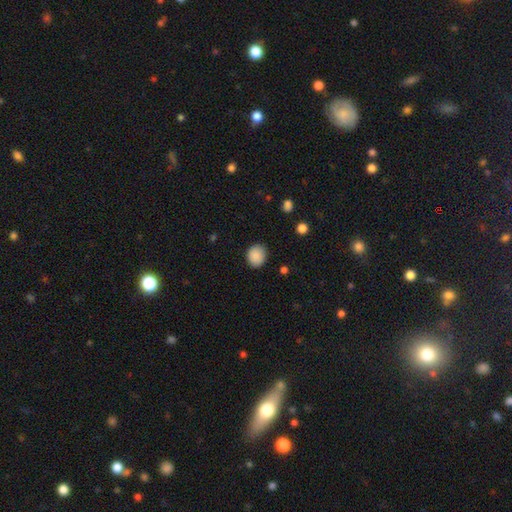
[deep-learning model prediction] A smooth galaxy with no disk features (89%) that is round (70%). Merging: none (87%).